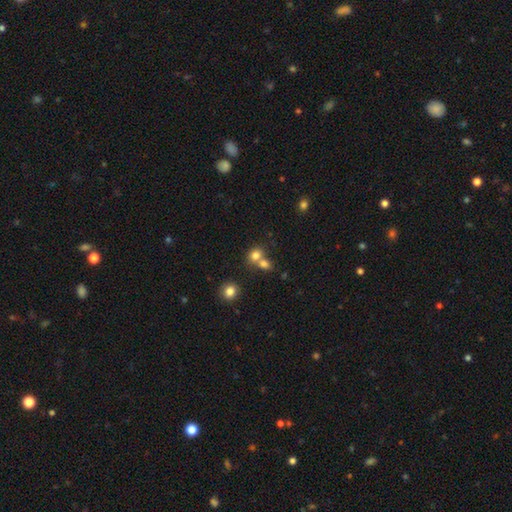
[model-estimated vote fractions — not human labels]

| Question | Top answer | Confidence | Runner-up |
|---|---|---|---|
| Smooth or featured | smooth | 78% | star or artifact (13%) |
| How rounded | round | 59% | in between (40%) |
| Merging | merger | 48% | none (41%) |